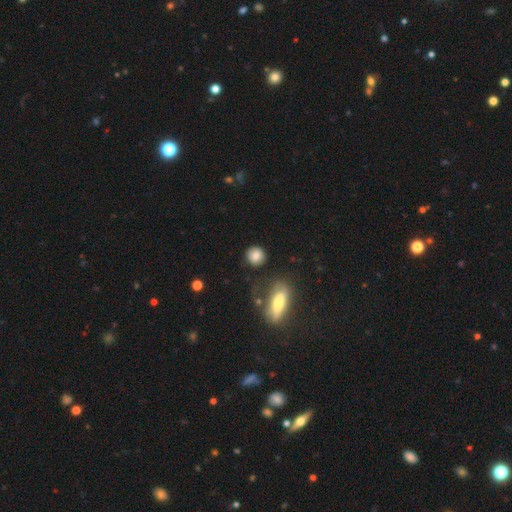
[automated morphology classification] Smooth or featured?
  - smooth: 82% *
  - featured or disk: 9%
  - star or artifact: 8%
How rounded?
  - round: 85% *
  - in between: 13%
  - cigar-shaped: 2%
Merging?
  - none: 80% *
  - minor disturbance: 12%
  - major disturbance: 4%
  - merger: 4%